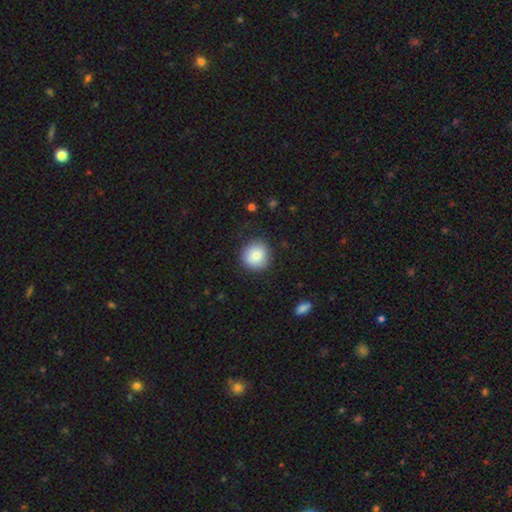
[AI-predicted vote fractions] Smooth or featured? smooth (79%)
How rounded? round (92%)
Merging? none (84%)